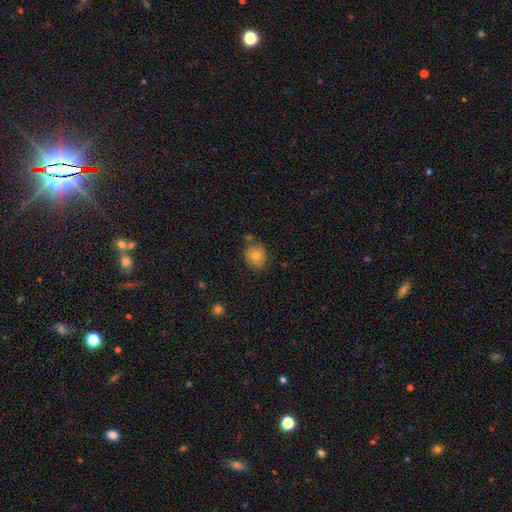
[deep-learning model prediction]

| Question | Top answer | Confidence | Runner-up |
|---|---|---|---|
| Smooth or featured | smooth | 74% | featured or disk (17%) |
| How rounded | round | 65% | in between (34%) |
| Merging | none | 73% | minor disturbance (17%) |